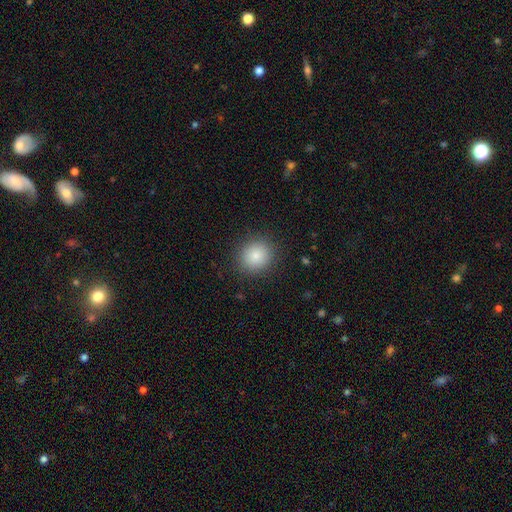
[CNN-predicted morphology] Overall: smooth (84%). How rounded: round (86%). Merging: none (89%).